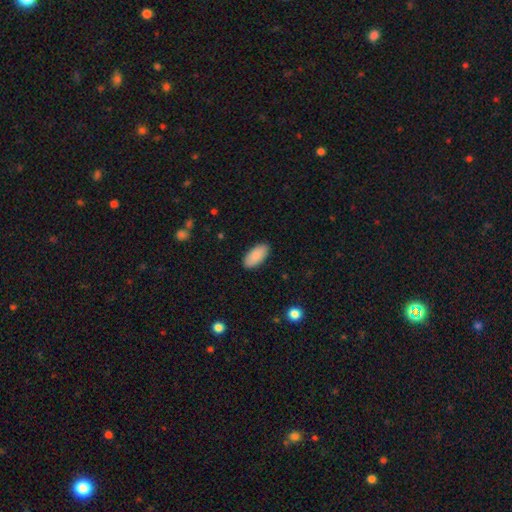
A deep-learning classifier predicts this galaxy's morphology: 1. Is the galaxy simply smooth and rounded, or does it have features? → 89% smooth, 6% star or artifact, 5% featured or disk.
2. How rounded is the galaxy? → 93% in between, 5% cigar-shaped, 2% round.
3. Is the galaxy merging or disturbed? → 89% none, 8% minor disturbance, 2% major disturbance, 1% merger.